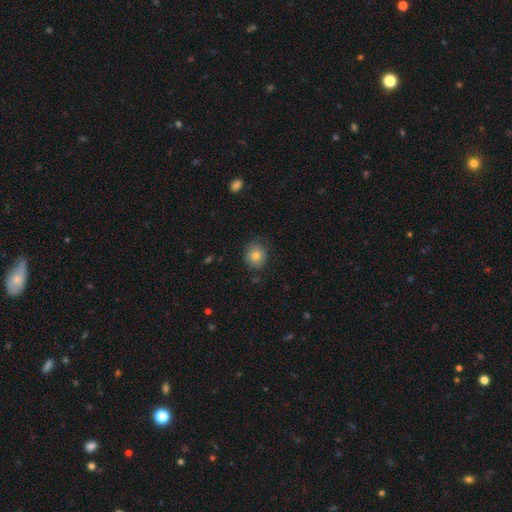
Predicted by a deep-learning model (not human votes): Overall: smooth (79%). How rounded: round (83%). Merging: none (81%).